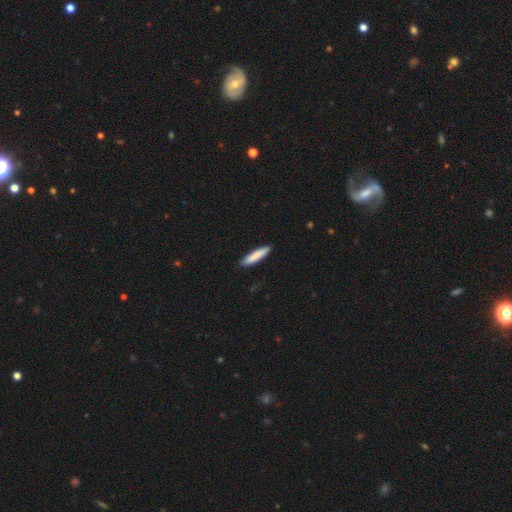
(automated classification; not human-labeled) Morphology: type=smooth (86%); roundness=cigar-shaped (86%); merging=none (89%).